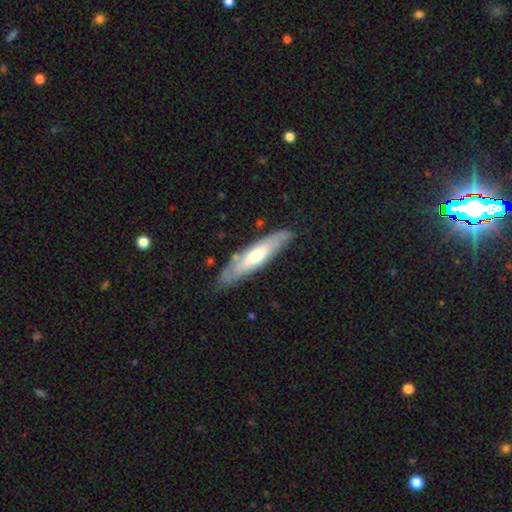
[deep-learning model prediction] This appears to be a smooth galaxy with no disk features (48%). Merging: none (80%).